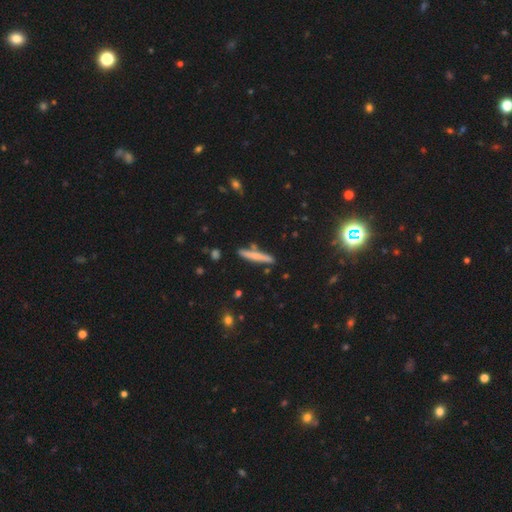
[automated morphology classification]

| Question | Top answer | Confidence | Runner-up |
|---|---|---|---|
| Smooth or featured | smooth | 66% | featured or disk (27%) |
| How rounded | cigar-shaped | 94% | in between (5%) |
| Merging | none | 84% | minor disturbance (10%) |